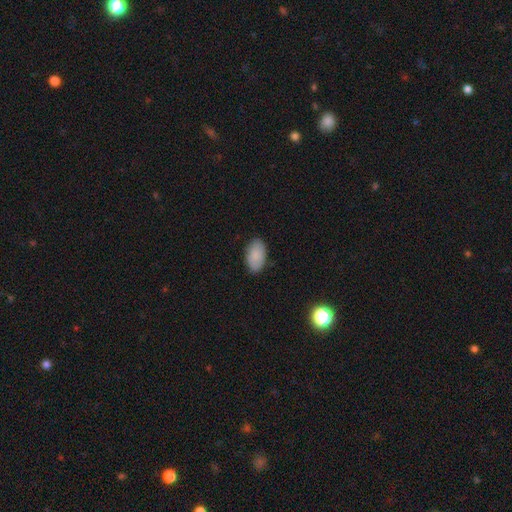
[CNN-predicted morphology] Smooth or featured? Predicted: smooth (p=0.87). How rounded? Predicted: in between (p=0.94). Merging? Predicted: none (p=0.85).